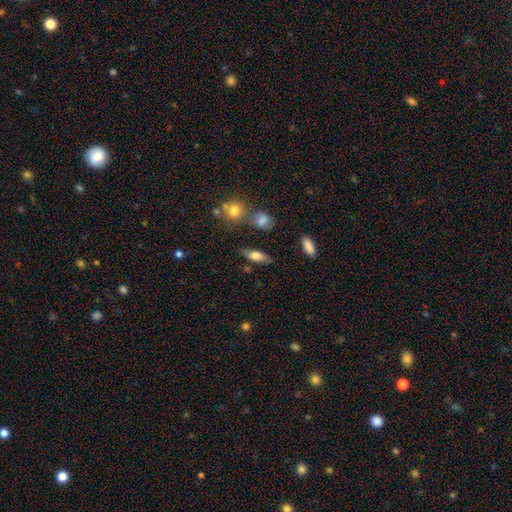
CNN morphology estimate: Smooth or featured?
  - smooth: 70% *
  - featured or disk: 21%
  - star or artifact: 8%
How rounded?
  - in between: 70% *
  - cigar-shaped: 25%
  - round: 5%
Merging?
  - none: 72% *
  - minor disturbance: 17%
  - merger: 7%
  - major disturbance: 5%